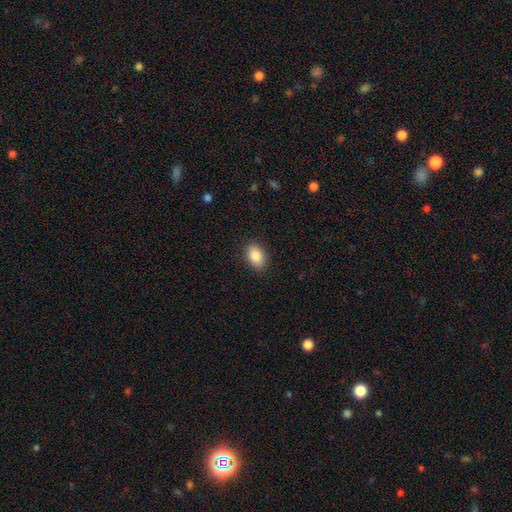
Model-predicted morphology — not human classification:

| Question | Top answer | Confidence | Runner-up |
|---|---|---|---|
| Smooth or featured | smooth | 87% | star or artifact (8%) |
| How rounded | in between | 87% | round (12%) |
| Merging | none | 88% | minor disturbance (9%) |